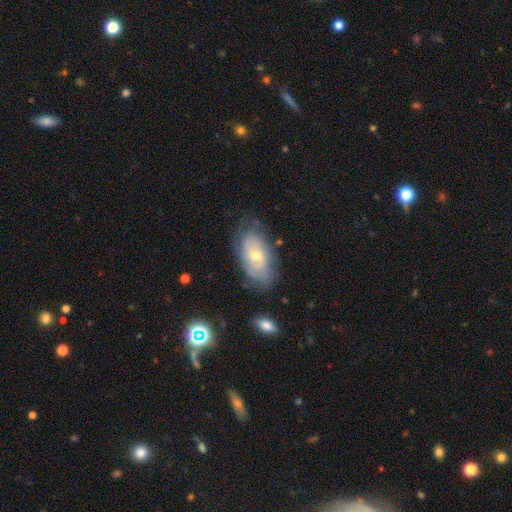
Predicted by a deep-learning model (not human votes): smooth_or_featured: featured or disk (p=0.55) [alt: smooth p=0.37]
disk_edge_on: no (p=0.91) [alt: yes p=0.09]
bar: no (p=0.77) [alt: weak p=0.19]
has_spiral_arms: yes (p=0.63) [alt: no p=0.37]
bulge_size: moderate (p=0.51) [alt: small p=0.45]
merging: none (p=0.66) [alt: minor disturbance p=0.24]